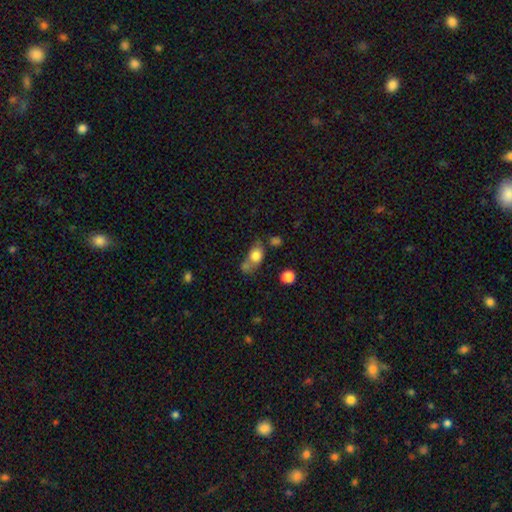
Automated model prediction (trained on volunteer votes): Smooth or featured: smooth — 77% (featured or disk — 13%)
How rounded: in between — 58% (round — 39%)
Merging: none — 38% (merger — 32%)